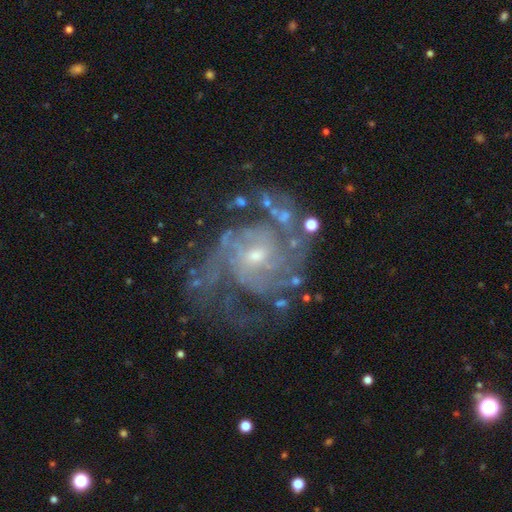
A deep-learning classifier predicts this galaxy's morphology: Overall: featured or disk (87%). Edge-on disk: no (98%). Bar: no (59%; weak 34%). Spiral arms: yes (94%). Spiral arm count: 2 (31%; can't tell 24%). Spiral winding: medium (45%; tight 40%). Bulge size: small (61%; moderate 34%). Merging: none (56%; minor disturbance 20%).